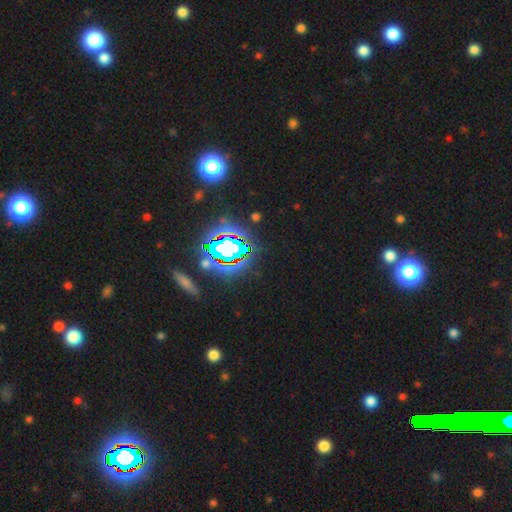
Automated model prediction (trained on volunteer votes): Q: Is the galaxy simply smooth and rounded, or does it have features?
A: star or artifact — 80%.